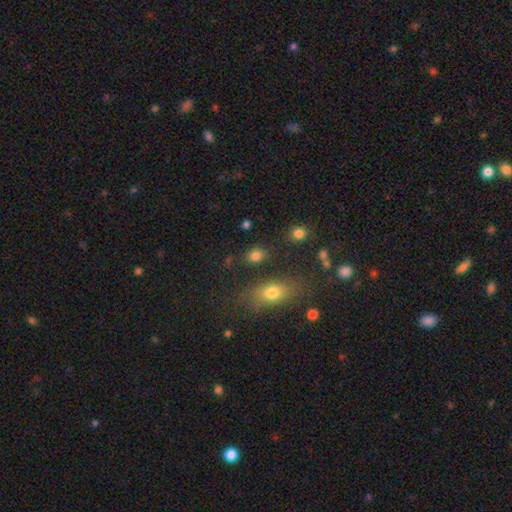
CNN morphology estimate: smooth_or_featured: smooth (p=0.81) [alt: star or artifact p=0.13]
how_rounded: in between (p=0.60) [alt: round p=0.38]
merging: none (p=0.80) [alt: minor disturbance p=0.11]